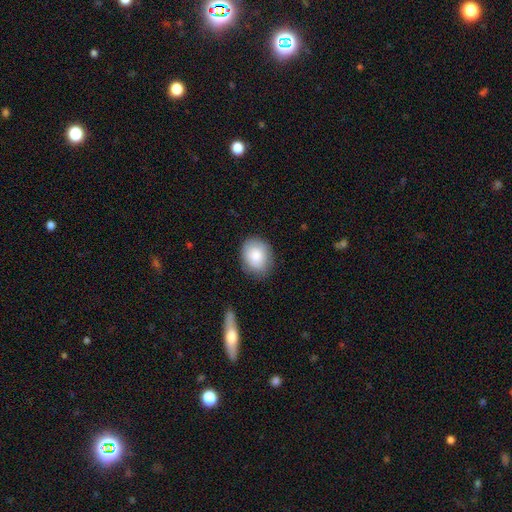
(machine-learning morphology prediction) This appears to be a smooth galaxy with no disk features (84%) that is in between round and cigar-shaped (54%). Merging: none (78%).